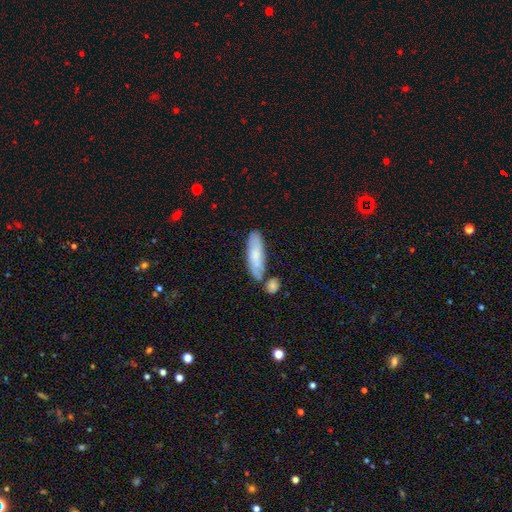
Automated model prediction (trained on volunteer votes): smooth-or-featured: smooth: 71% | featured or disk: 23% | star or artifact: 6%
  how-rounded: cigar-shaped: 53% | in between: 45% | round: 2%
  merging: none: 62% | minor disturbance: 17% | merger: 16% | major disturbance: 4%